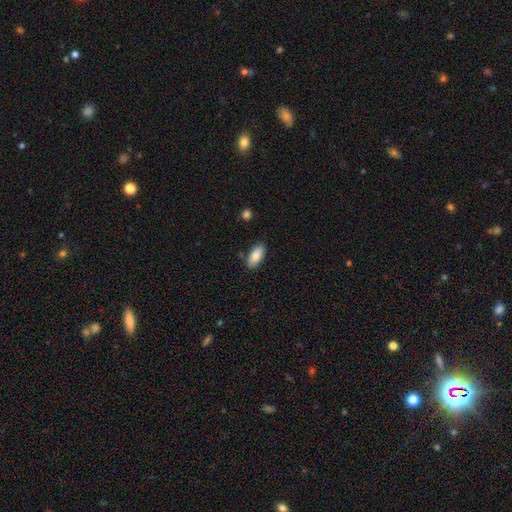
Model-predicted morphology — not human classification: type=smooth (86%); roundness=in between (90%); merging=none (82%).